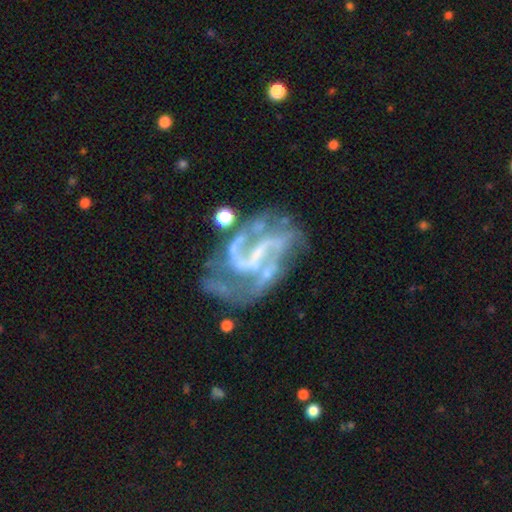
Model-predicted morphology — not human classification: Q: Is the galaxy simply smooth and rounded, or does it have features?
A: featured or disk — 89%.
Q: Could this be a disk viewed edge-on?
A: no — 98%.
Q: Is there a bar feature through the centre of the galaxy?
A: strong — 40%.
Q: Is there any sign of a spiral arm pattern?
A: yes — 95%.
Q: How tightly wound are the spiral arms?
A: medium — 52%.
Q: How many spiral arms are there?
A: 2 — 63%.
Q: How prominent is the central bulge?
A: none — 47%.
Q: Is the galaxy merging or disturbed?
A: none — 50%.